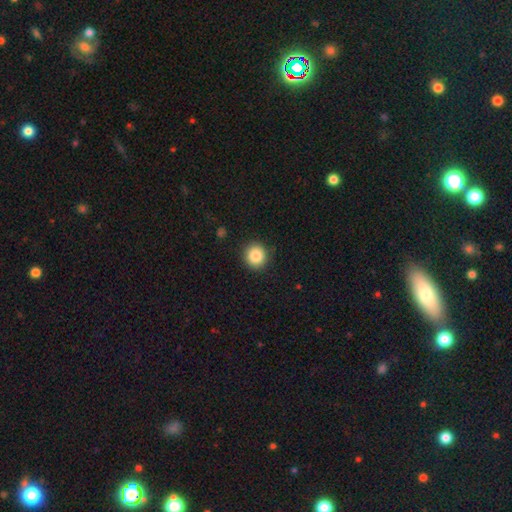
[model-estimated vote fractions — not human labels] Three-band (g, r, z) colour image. It shows a smooth galaxy with no disk features (85%) that is round (92%). Merging: none (90%).